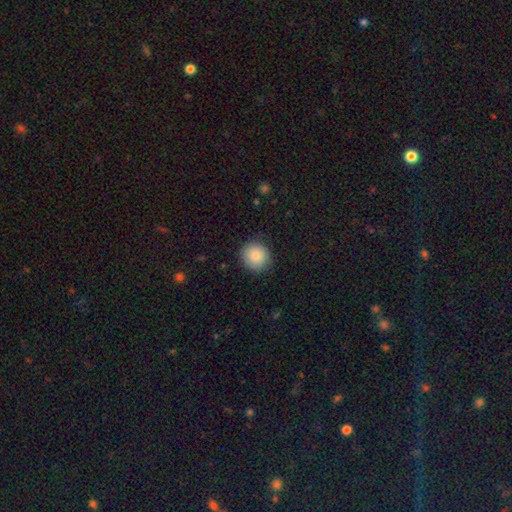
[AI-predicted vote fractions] smooth 86%, star or artifact 8%, featured or disk 6%. Down the decision tree: how rounded — round (89%); merging — none (87%).